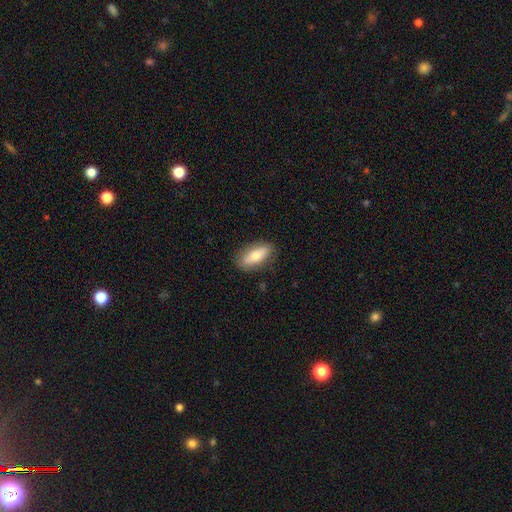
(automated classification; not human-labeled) This appears to be a smooth galaxy with no disk features (69%) that is in between round and cigar-shaped (77%). Merging: none (84%).